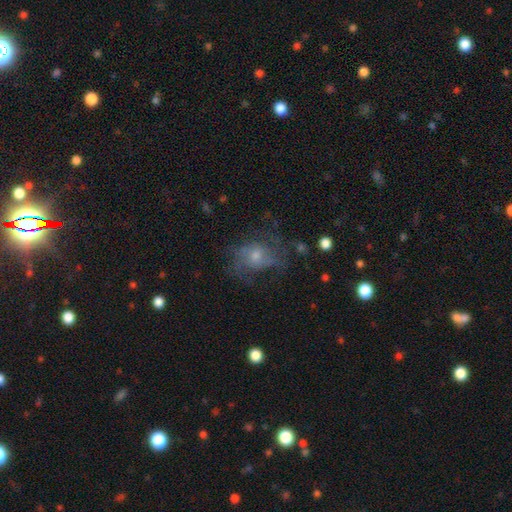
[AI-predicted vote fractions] The model was most divided on "smooth or featured": featured or disk: 49%, smooth: 35%, star or artifact: 16%. More confident: merging — none (51%).